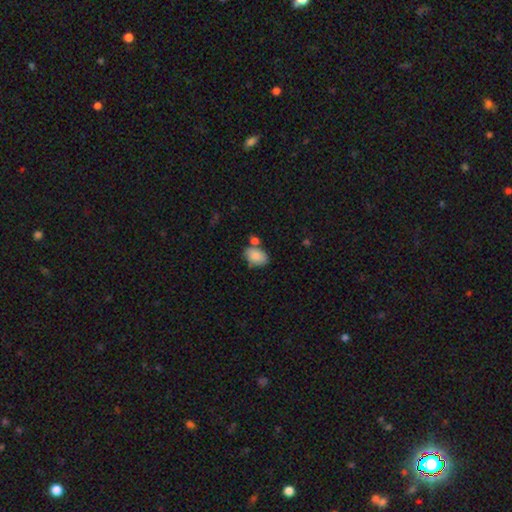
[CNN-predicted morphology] This is clearly a smooth galaxy (85%). How rounded: clearly in between (86%). Merging: possibly none (58%).